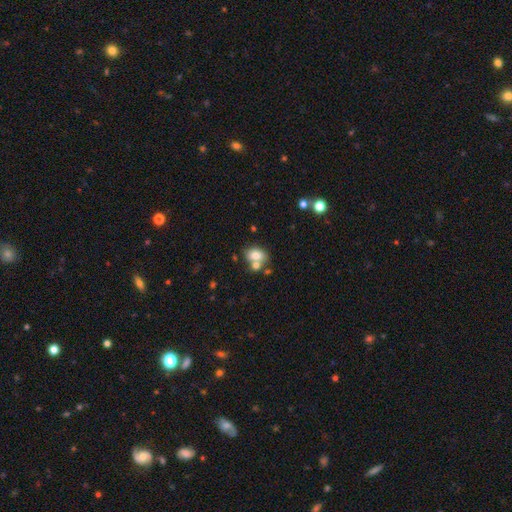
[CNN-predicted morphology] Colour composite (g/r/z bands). It shows a smooth galaxy with no disk features (76%) that is in between round and cigar-shaped (70%). Merging: none (47%).